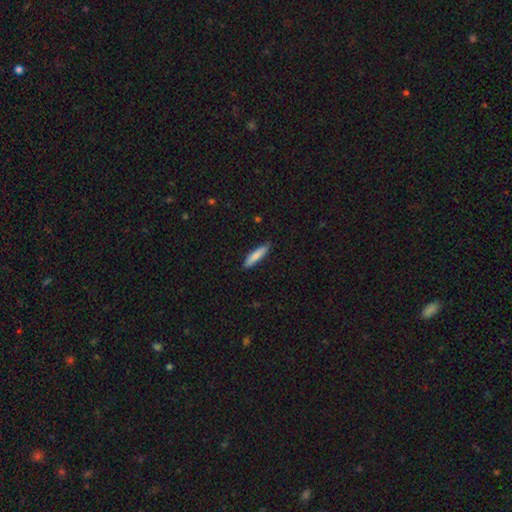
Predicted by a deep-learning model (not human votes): A smooth galaxy with no disk features (80%) that is cigar-shaped (81%). Merging: none (87%).